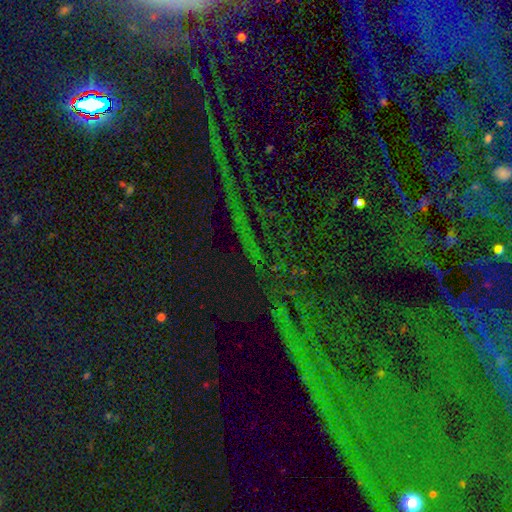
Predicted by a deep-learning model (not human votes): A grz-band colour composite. It shows a star or artifact, not a galaxy (80%).